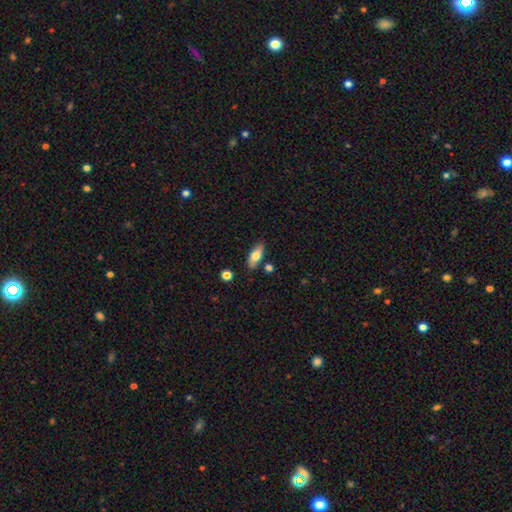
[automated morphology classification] Smooth or featured: smooth — 73% (featured or disk — 20%)
How rounded: in between — 80% (cigar-shaped — 17%)
Merging: none — 81% (minor disturbance — 12%)